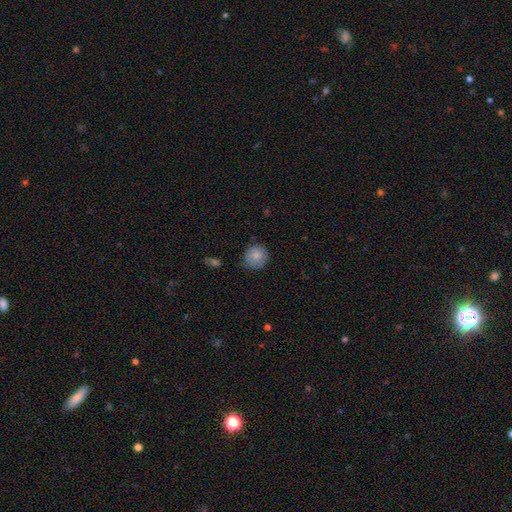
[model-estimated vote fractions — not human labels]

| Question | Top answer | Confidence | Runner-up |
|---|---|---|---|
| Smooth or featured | smooth | 83% | featured or disk (9%) |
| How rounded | round | 85% | in between (14%) |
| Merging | none | 77% | minor disturbance (19%) |